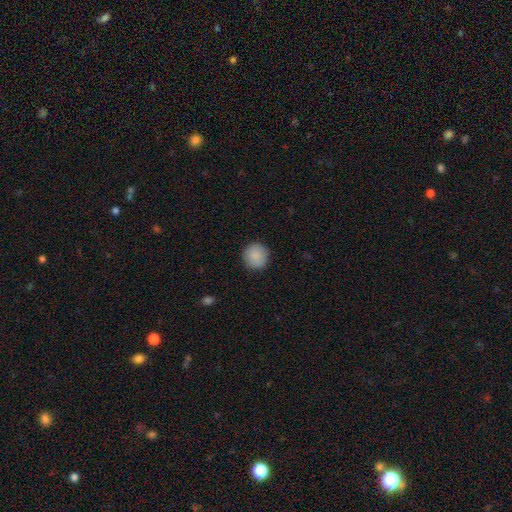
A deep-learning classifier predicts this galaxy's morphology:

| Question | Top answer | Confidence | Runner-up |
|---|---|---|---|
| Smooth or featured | smooth | 88% | star or artifact (7%) |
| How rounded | round | 92% | in between (7%) |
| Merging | none | 90% | minor disturbance (7%) |